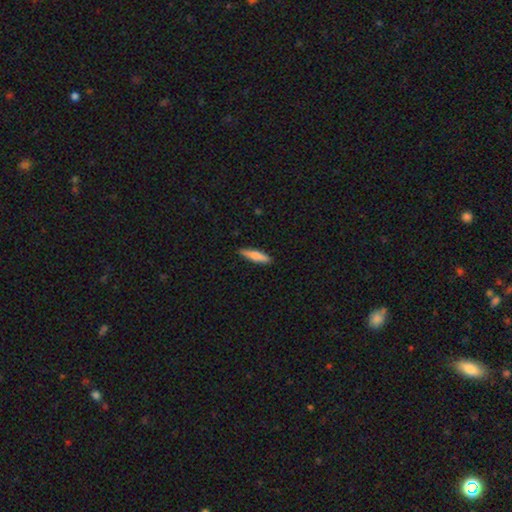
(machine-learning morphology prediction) Smooth or featured? smooth (74%)
How rounded? cigar-shaped (79%)
Merging? none (89%)